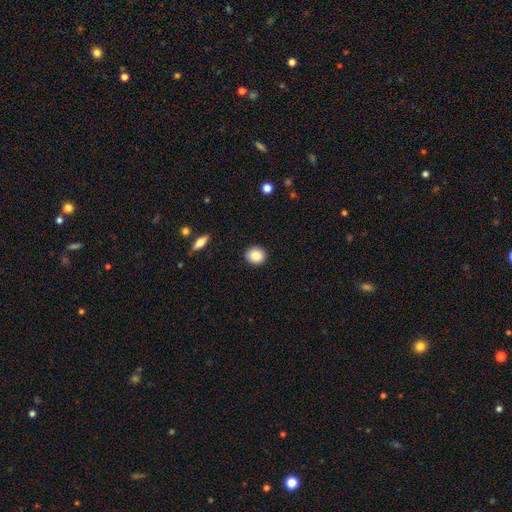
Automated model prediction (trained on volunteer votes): Morphology: type=smooth (86%); roundness=round (85%); merging=none (92%).